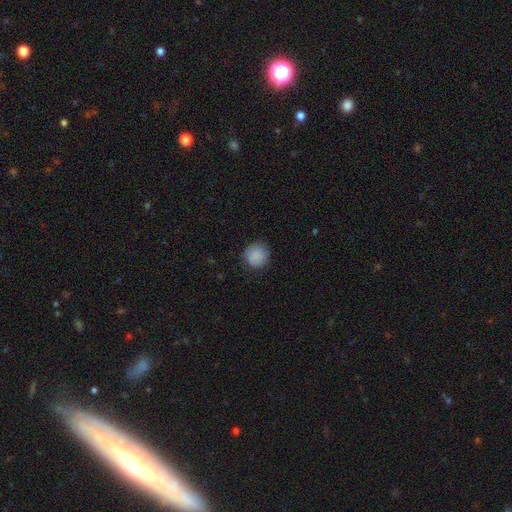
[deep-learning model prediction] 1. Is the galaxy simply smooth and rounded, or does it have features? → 88% smooth, 8% star or artifact, 4% featured or disk.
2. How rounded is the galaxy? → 92% round, 7% in between, 1% cigar-shaped.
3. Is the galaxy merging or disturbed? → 85% none, 12% minor disturbance, 3% major disturbance, 1% merger.